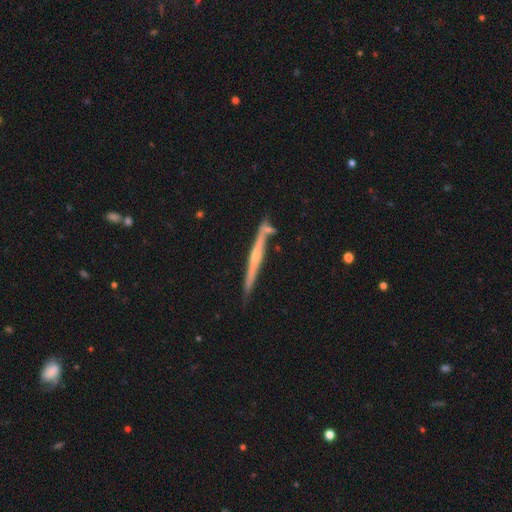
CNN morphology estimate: Smooth or featured? Predicted: featured or disk (p=0.71). Edge-on disk? Predicted: yes (p=0.96). Edge-on bulge? Predicted: rounded (p=0.58). Merging? Predicted: none (p=0.79).